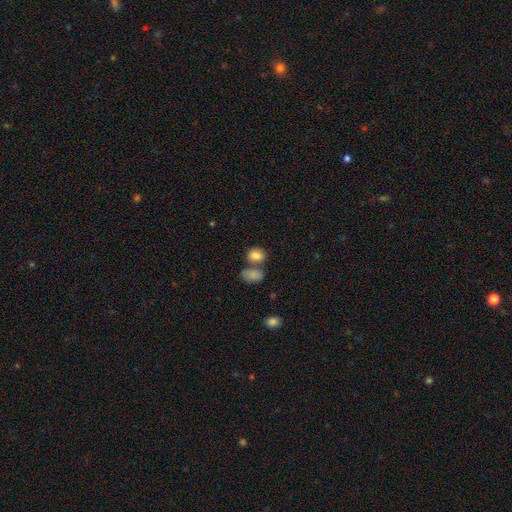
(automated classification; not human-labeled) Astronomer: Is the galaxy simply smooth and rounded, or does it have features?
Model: smooth — 84%.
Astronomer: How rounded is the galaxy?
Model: in between — 65%.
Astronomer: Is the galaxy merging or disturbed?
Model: none — 49% (runner-up: merger, 36%).